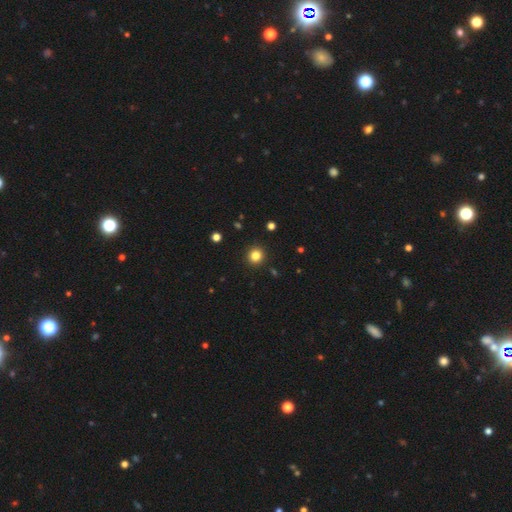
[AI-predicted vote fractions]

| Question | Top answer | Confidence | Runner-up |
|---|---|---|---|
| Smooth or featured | smooth | 82% | star or artifact (13%) |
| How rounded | round | 93% | in between (6%) |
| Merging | none | 92% | minor disturbance (5%) |